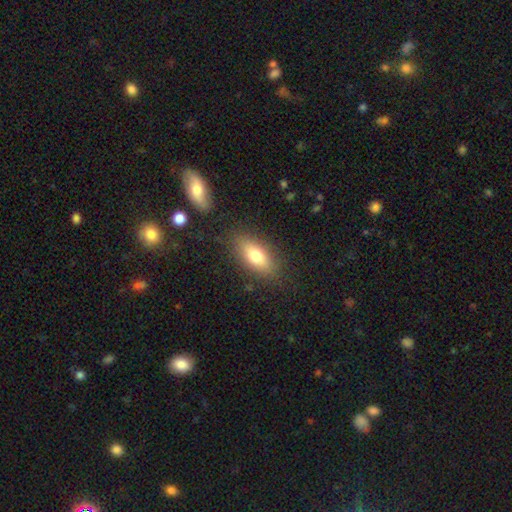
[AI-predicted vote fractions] Smooth or featured? smooth (74%)
How rounded? in between (83%)
Merging? none (83%)